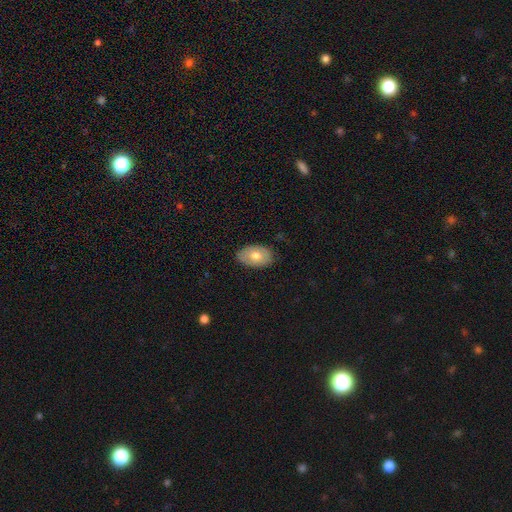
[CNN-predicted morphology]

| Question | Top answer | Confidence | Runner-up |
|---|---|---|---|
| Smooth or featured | smooth | 71% | featured or disk (23%) |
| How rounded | in between | 89% | round (10%) |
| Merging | none | 82% | minor disturbance (14%) |